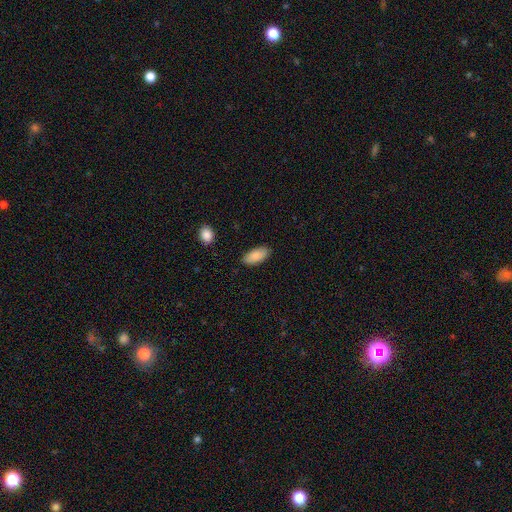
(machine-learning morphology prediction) Overall: smooth (87%). How rounded: in between (92%). Merging: none (86%).